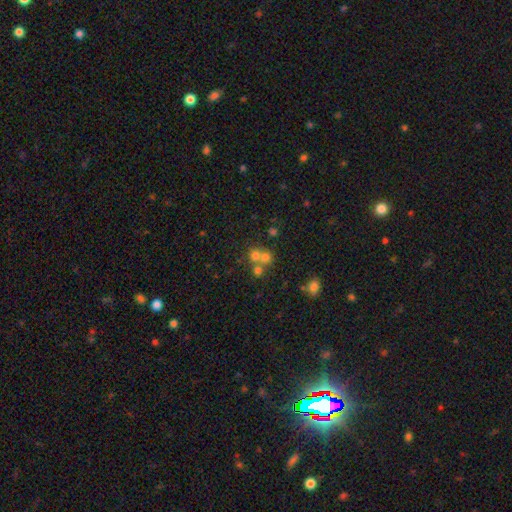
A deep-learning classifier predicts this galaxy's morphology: This is likely a smooth galaxy (62%). How rounded: clearly round (84%). Merging: possibly merger (51%).